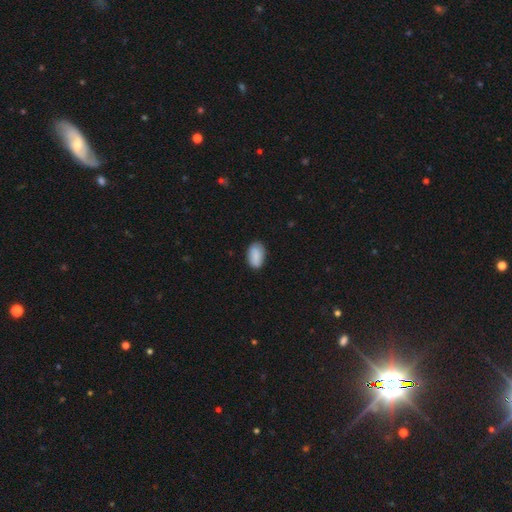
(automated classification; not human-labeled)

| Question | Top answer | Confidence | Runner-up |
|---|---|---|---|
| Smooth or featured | smooth | 87% | star or artifact (7%) |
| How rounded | in between | 91% | round (8%) |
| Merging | none | 81% | minor disturbance (15%) |